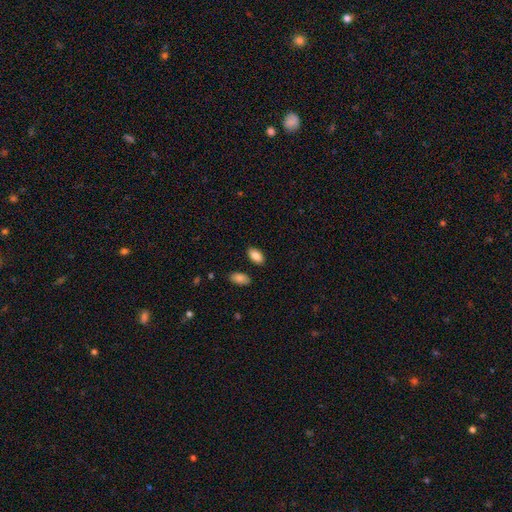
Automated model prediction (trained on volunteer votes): Smooth or featured?
  - smooth: 86% *
  - star or artifact: 7%
  - featured or disk: 6%
How rounded?
  - in between: 94% *
  - round: 3%
  - cigar-shaped: 3%
Merging?
  - none: 86% *
  - minor disturbance: 9%
  - merger: 3%
  - major disturbance: 2%